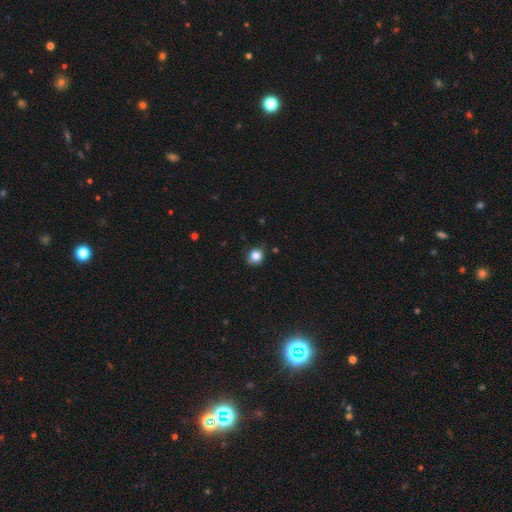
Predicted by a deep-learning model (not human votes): A smooth galaxy with no disk features (84%) that is round (74%). Merging: none (83%).